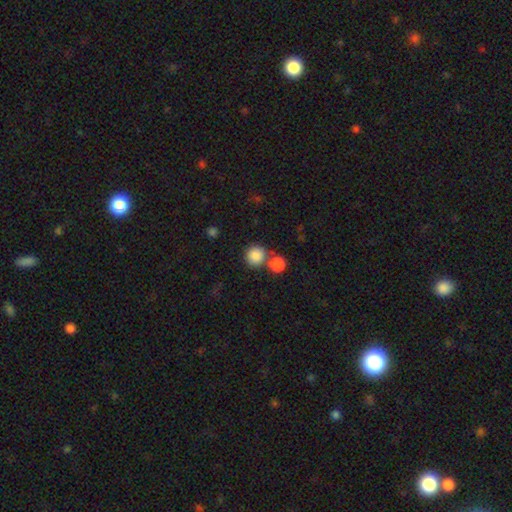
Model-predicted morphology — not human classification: Smooth or featured? smooth (86%)
How rounded? round (91%)
Merging? none (62%)